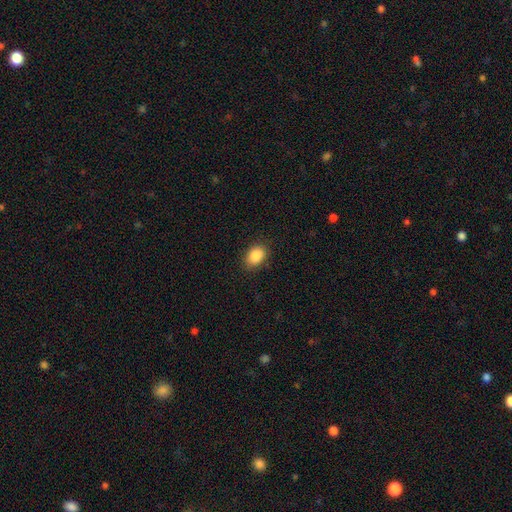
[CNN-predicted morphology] Overall: smooth (88%). How rounded: in between (81%). Merging: none (86%).